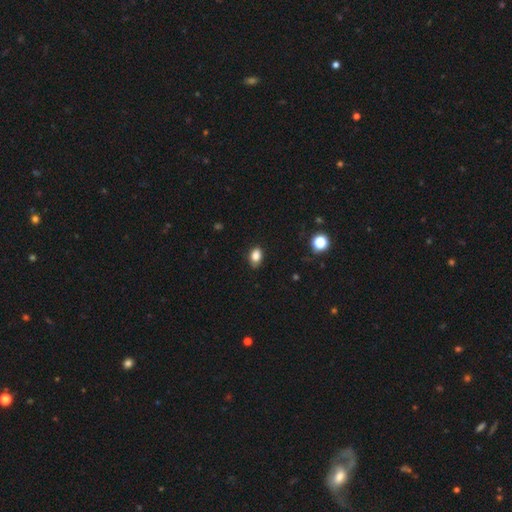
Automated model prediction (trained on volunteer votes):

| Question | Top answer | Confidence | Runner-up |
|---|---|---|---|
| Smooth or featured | smooth | 84% | star or artifact (10%) |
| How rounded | in between | 83% | round (15%) |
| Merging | none | 79% | minor disturbance (17%) |